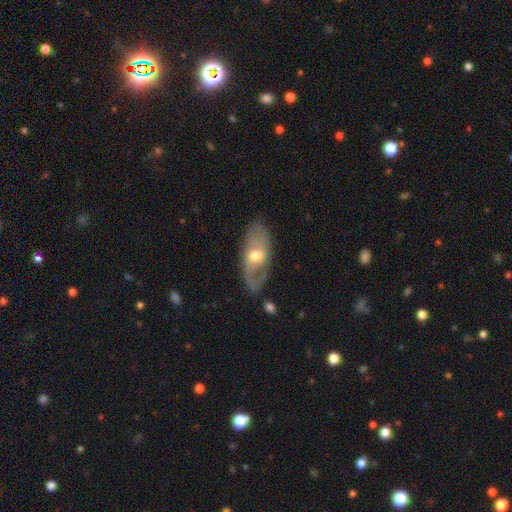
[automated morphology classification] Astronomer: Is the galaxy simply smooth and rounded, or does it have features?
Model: featured or disk — 62%.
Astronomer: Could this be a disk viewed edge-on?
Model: no — 87%.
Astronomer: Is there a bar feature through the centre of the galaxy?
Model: no — 50% (runner-up: weak, 39%).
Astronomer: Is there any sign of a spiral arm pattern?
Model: yes — 64%.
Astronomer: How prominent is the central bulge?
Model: moderate — 71%.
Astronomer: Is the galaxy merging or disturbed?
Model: none — 71%.